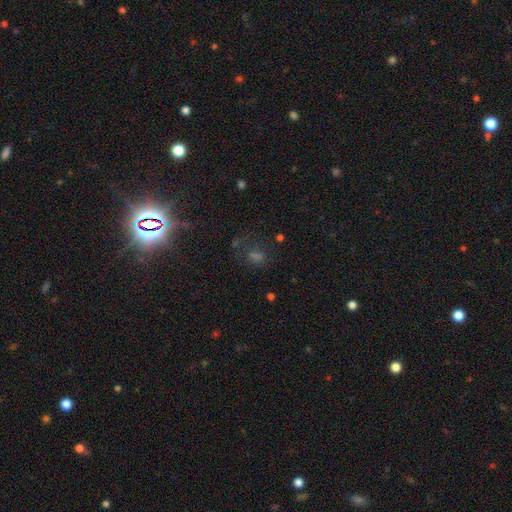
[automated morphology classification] type=star or artifact (56%).